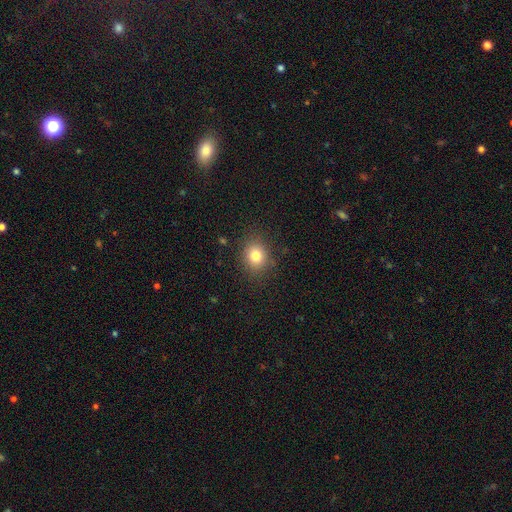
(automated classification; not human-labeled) Smooth or featured: smooth — 80% (star or artifact — 13%)
How rounded: round — 68% (in between — 31%)
Merging: none — 85% (minor disturbance — 11%)